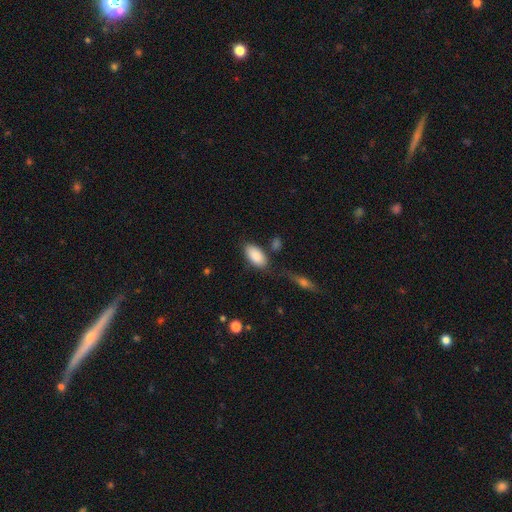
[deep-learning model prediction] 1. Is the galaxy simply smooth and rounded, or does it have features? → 89% smooth, 6% star or artifact, 5% featured or disk.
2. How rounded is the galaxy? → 94% in between, 4% cigar-shaped, 3% round.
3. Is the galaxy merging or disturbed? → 75% none, 14% minor disturbance, 7% merger, 5% major disturbance.